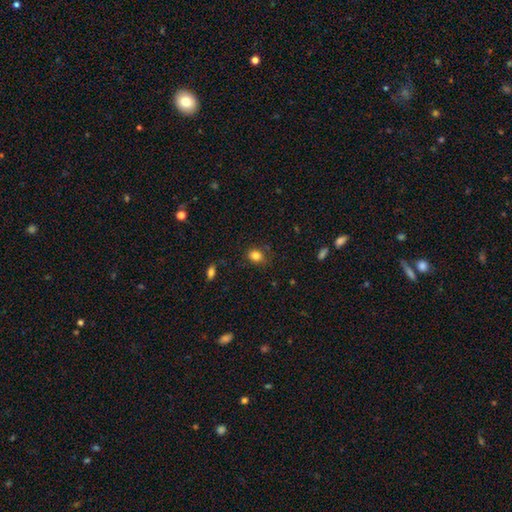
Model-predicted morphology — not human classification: smooth-or-featured: smooth: 83% | star or artifact: 11% | featured or disk: 6%
  how-rounded: round: 53% | in between: 46% | cigar-shaped: 1%
  merging: none: 79% | minor disturbance: 15% | major disturbance: 4% | merger: 2%